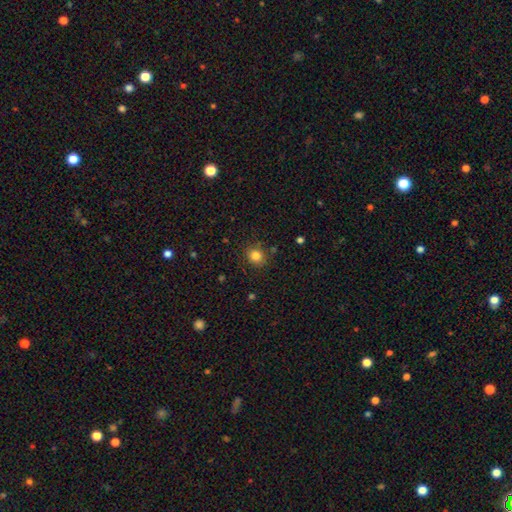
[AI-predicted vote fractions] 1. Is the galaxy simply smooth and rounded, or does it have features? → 83% smooth, 12% star or artifact, 6% featured or disk.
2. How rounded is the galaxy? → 79% round, 20% in between, 1% cigar-shaped.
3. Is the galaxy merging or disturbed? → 85% none, 10% minor disturbance, 3% major disturbance, 2% merger.